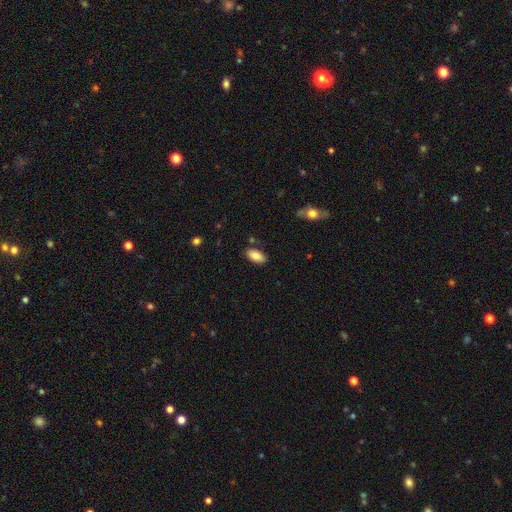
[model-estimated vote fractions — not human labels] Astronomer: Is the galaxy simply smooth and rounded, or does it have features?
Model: smooth — 84%.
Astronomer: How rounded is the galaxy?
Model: in between — 93%.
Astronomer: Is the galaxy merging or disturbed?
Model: none — 83%.